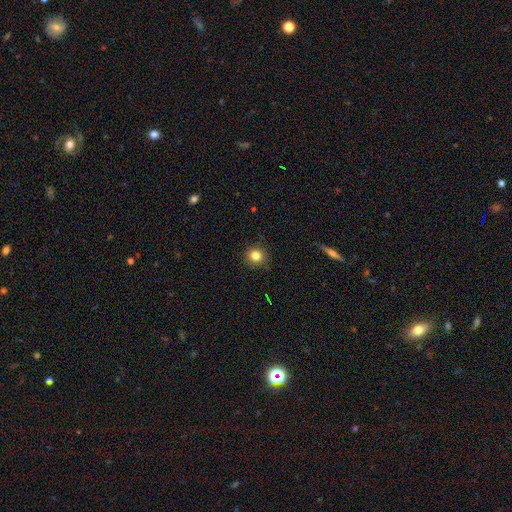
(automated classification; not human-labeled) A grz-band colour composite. It shows a smooth galaxy with no disk features (82%) that is round (92%). Merging: none (91%).